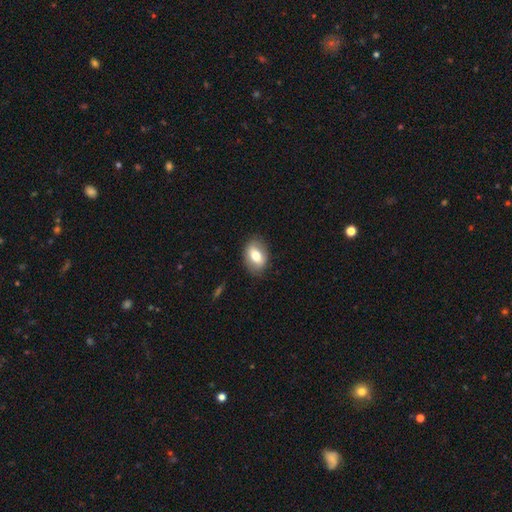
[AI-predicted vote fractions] Smooth or featured? smooth (69%)
How rounded? in between (84%)
Merging? none (84%)